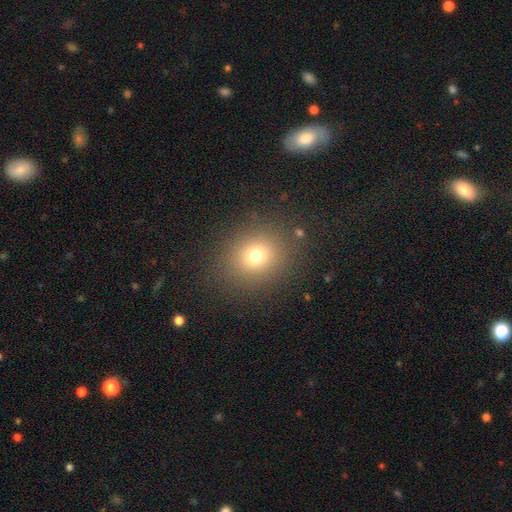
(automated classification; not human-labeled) A smooth galaxy with no disk features (72%) that is round (77%).

Vote fractions:
- Smooth or featured? smooth: 72% / star or artifact: 18% / featured or disk: 10%
- How rounded? round: 77% / in between: 22% / cigar-shaped: 1%
- Merging? none: 86% / minor disturbance: 8% / major disturbance: 4% / merger: 2%